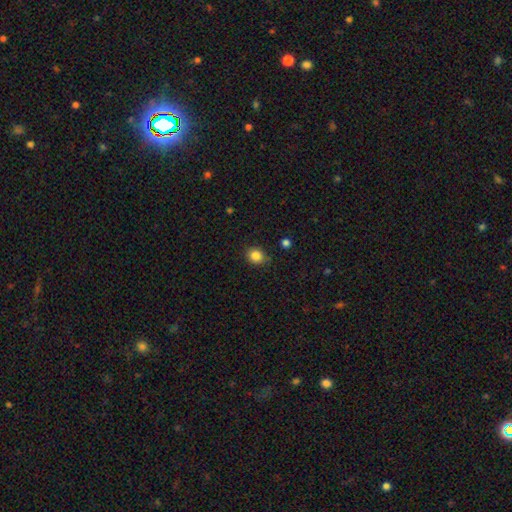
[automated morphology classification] This is clearly a smooth galaxy (85%). How rounded: likely round (74%). Merging: clearly none (84%).